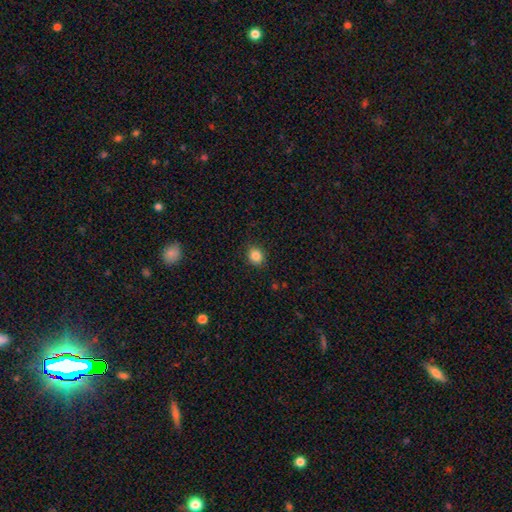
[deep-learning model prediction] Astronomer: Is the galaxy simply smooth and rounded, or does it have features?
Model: smooth — 85%.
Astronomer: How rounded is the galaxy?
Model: round — 64%.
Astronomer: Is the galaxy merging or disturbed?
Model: none — 89%.